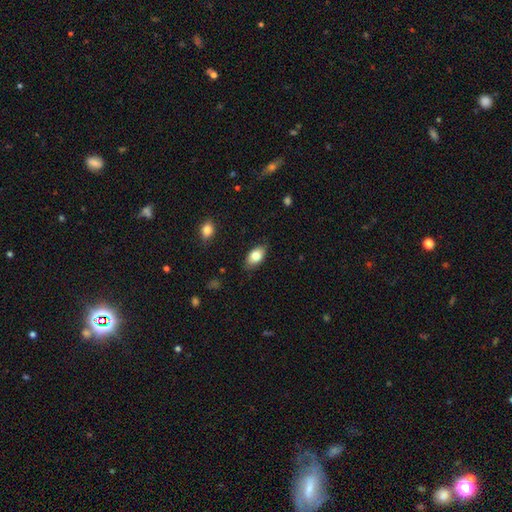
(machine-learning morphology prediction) smooth 78%, featured or disk 15%, star or artifact 7%. Down the decision tree: how rounded — in between (90%); merging — none (82%).